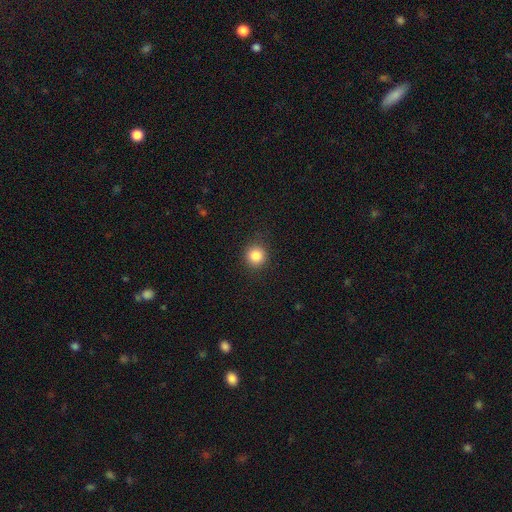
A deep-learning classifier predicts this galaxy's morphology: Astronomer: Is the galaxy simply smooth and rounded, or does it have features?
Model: smooth — 85%.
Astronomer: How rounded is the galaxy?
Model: round — 92%.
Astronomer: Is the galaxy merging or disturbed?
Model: none — 89%.